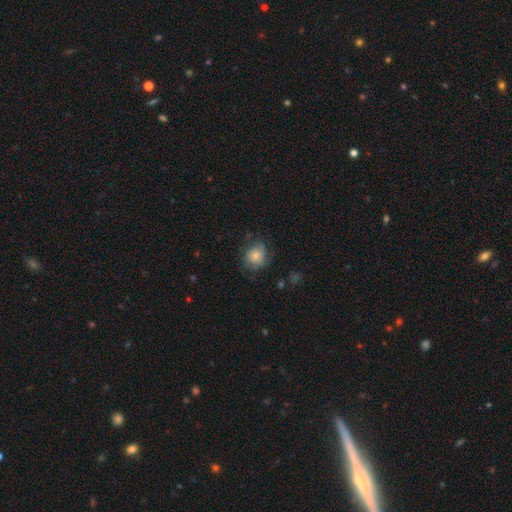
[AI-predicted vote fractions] The model was most divided on "merging": none: 62%, minor disturbance: 25%, major disturbance: 11%, merger: 1%. More confident: how rounded — round (73%); smooth or featured — smooth (67%).